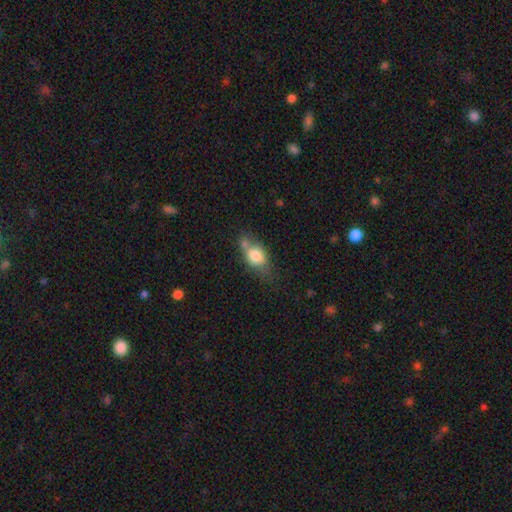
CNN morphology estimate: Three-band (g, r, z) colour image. It shows a smooth galaxy with no disk features (75%) that is in between round and cigar-shaped (74%). Merging: none (41%).